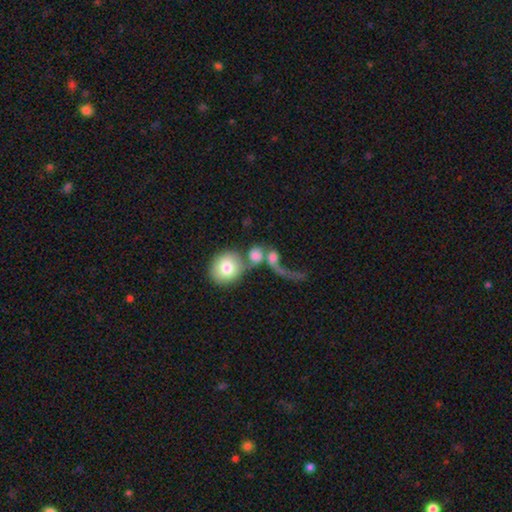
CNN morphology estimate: Overall: smooth (67%). How rounded: round (68%; in between 29%). Merging: merger (51%; major disturbance 22%).